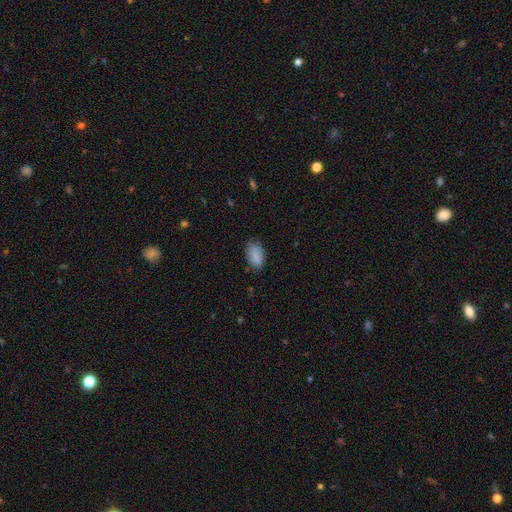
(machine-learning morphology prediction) Overall: smooth (85%). How rounded: in between (92%). Merging: none (70%).